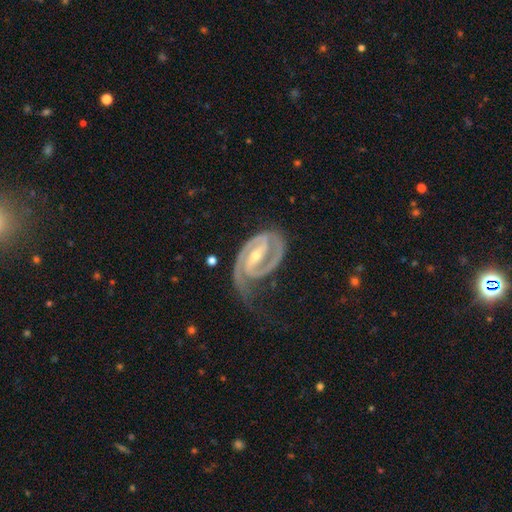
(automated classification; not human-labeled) Morphology: type=featured or disk (93%); edge-on=no (97%); bar=strong (60%); spiral arms=yes (98%); winding=tight (58%); arm count=2 (87%); bulge=small (57%); merging=none (53%).